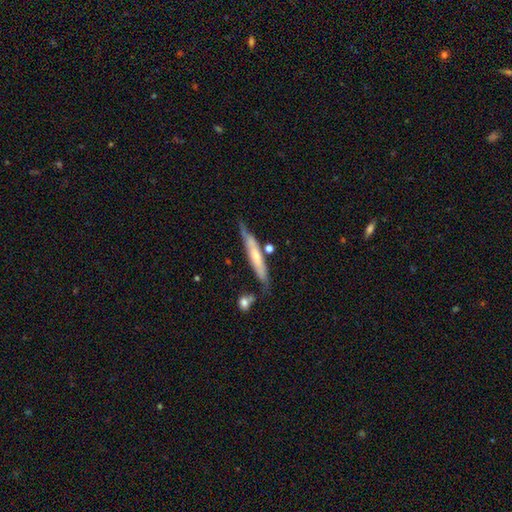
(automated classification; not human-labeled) Smooth or featured?
  - featured or disk: 53% *
  - smooth: 41%
  - star or artifact: 6%
Edge-on disk?
  - yes: 84% *
  - no: 16%
Merging?
  - none: 66% *
  - minor disturbance: 20%
  - merger: 9%
  - major disturbance: 5%